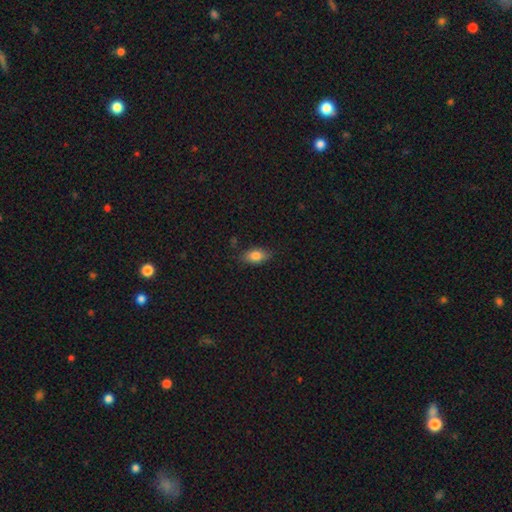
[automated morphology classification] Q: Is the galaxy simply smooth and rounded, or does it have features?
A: smooth — 80%.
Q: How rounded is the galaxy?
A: in between — 86%.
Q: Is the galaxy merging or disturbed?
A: none — 82%.